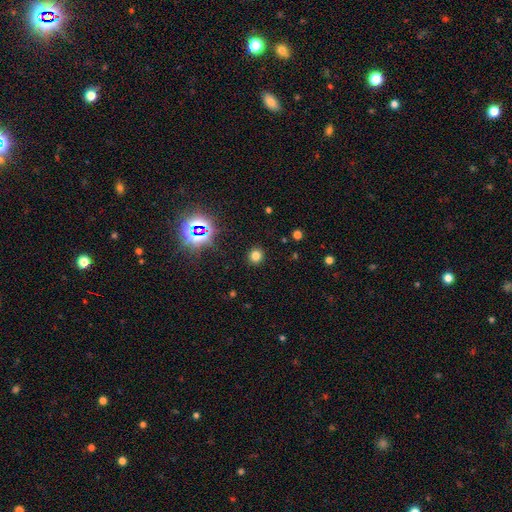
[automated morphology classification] This appears to be a smooth galaxy with no disk features (73%) that is round (88%). Merging: none (91%).